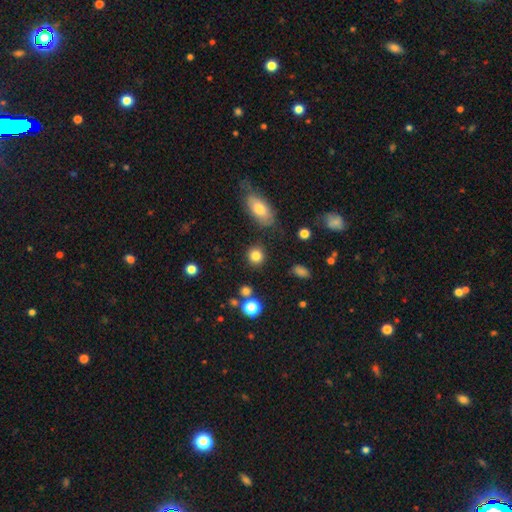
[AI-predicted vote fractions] Smooth or featured? smooth (83%)
How rounded? round (85%)
Merging? none (86%)